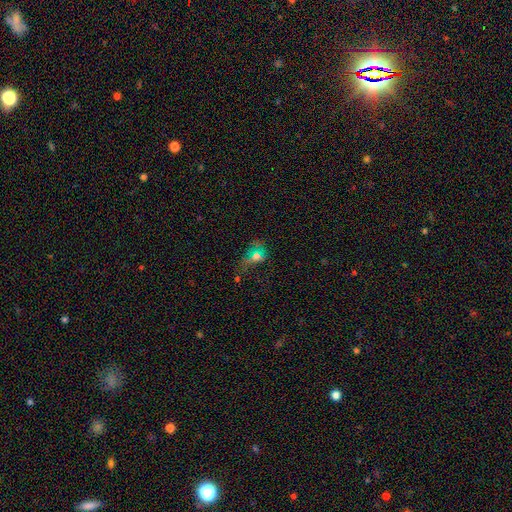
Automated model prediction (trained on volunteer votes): smooth_or_featured: smooth (p=0.50) [alt: featured or disk p=0.26]
merging: major disturbance (p=0.37) [alt: none p=0.30]